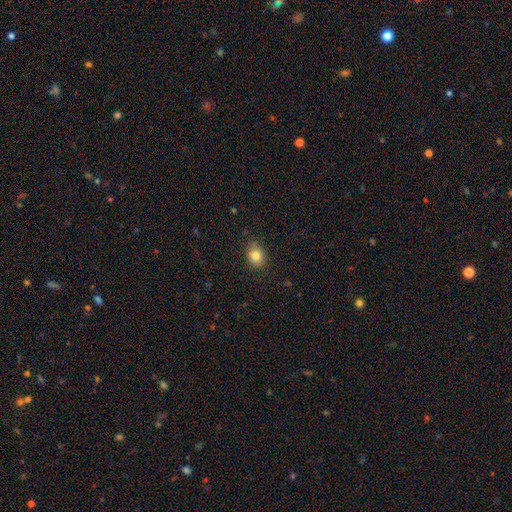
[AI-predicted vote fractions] A smooth galaxy with no disk features (82%) that is in between round and cigar-shaped (55%). Merging: none (84%).